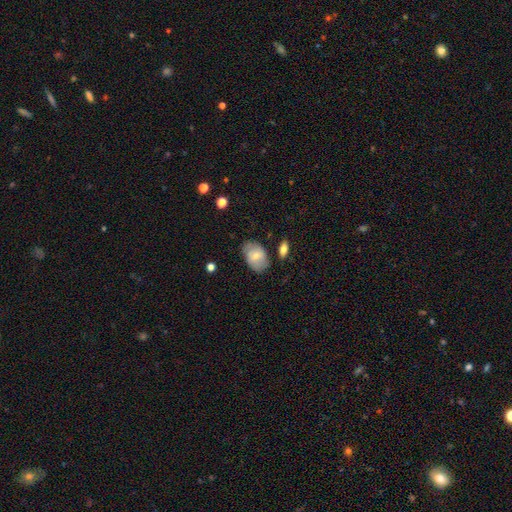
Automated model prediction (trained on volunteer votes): Morphology: type=smooth (60%); roundness=in between (85%); merging=none (68%).